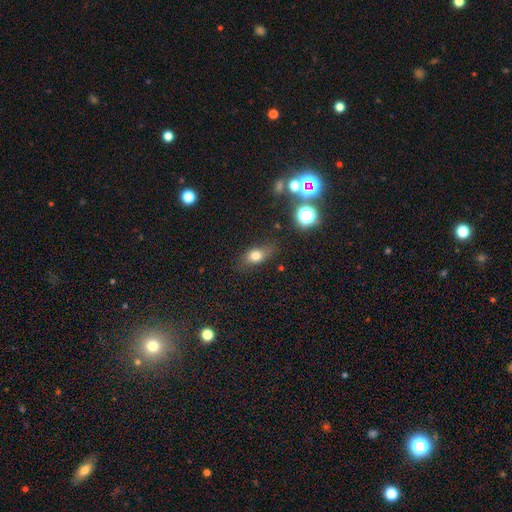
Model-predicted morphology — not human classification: Smooth or featured?
  - smooth: 74% *
  - star or artifact: 14%
  - featured or disk: 12%
How rounded?
  - in between: 72% *
  - round: 22%
  - cigar-shaped: 6%
Merging?
  - none: 73% *
  - minor disturbance: 18%
  - major disturbance: 6%
  - merger: 3%